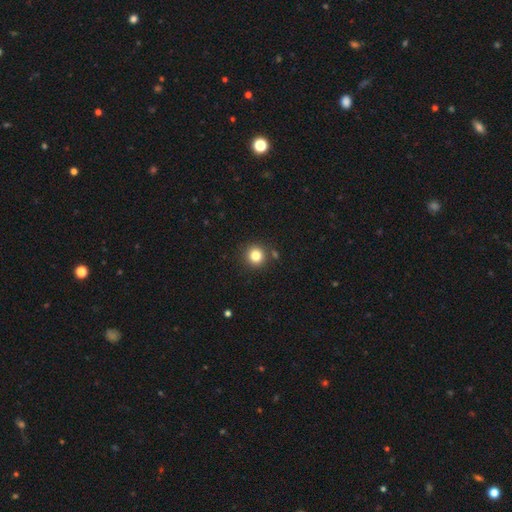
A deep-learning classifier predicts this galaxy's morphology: smooth 83%, star or artifact 12%, featured or disk 6%. Down the decision tree: how rounded — round (93%); merging — none (85%).